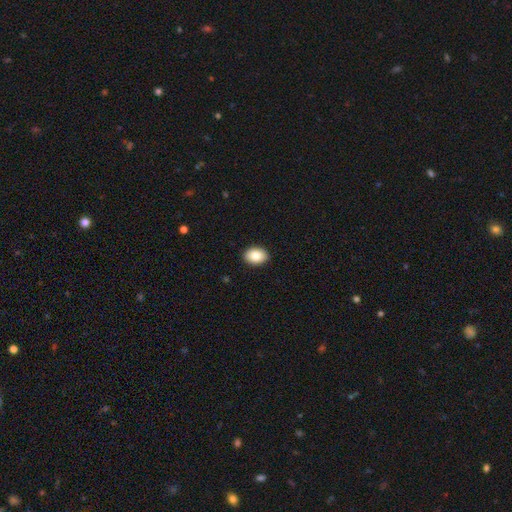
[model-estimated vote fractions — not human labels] This appears to be a smooth galaxy with no disk features (84%) that is in between round and cigar-shaped (72%). Merging: none (91%).